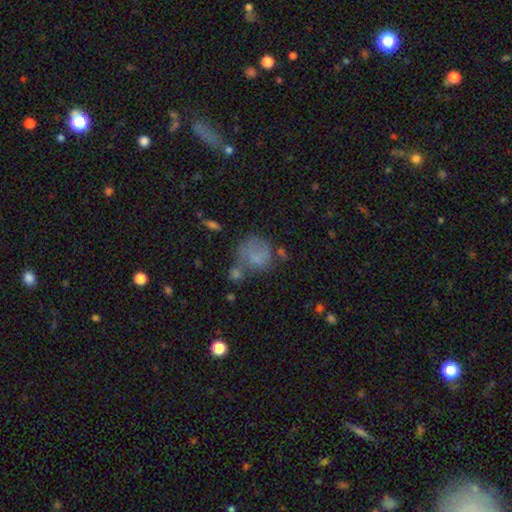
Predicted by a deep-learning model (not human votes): Overall: smooth (64%). How rounded: round (68%; in between 31%). Merging: none (38%; minor disturbance 23%).